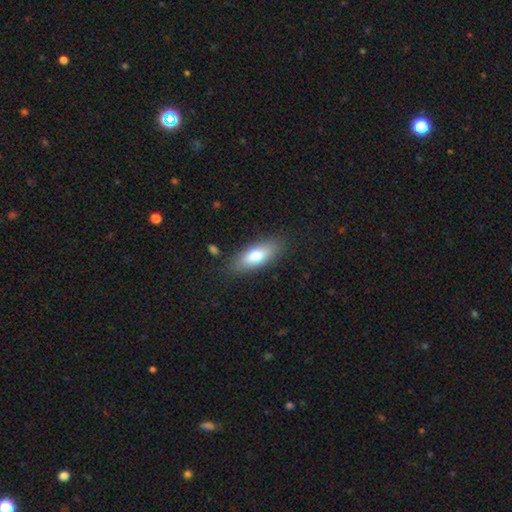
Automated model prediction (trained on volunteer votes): Overall: smooth (78%). How rounded: in between (75%). Merging: none (83%).